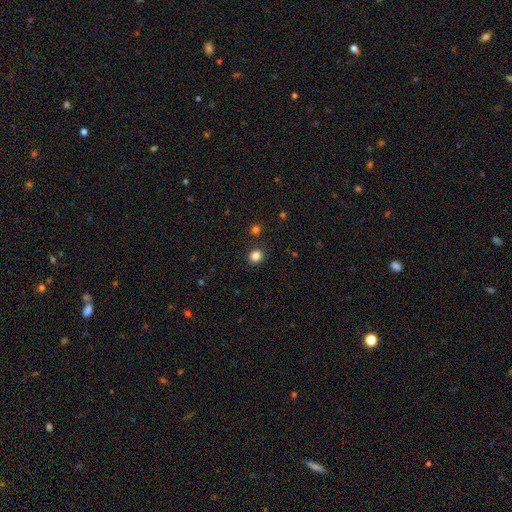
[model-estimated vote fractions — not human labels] This is clearly a smooth galaxy (84%). How rounded: clearly round (85%). Merging: clearly none (89%).